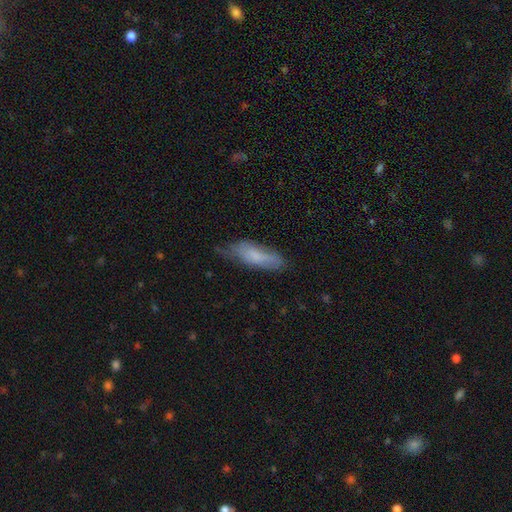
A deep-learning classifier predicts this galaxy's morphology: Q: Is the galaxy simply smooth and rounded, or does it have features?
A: smooth — 70%.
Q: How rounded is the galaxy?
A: in between — 52%.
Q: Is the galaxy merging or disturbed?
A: none — 53%.